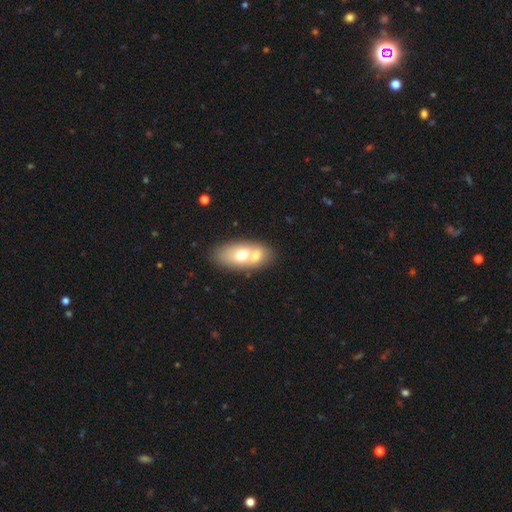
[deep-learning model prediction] This is likely a smooth galaxy (61%). How rounded: clearly in between (85%). Merging: possibly merger (56%).